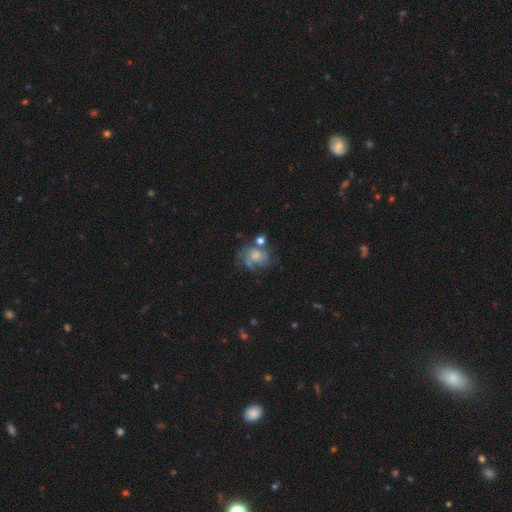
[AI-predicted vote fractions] Smooth or featured? Predicted: featured or disk (p=0.60). Edge-on disk? Predicted: no (p=0.98). Bar? Predicted: no (p=0.78). Spiral arms? Predicted: yes (p=0.74). Bulge size? Predicted: moderate (p=0.43). Merging? Predicted: none (p=0.42).